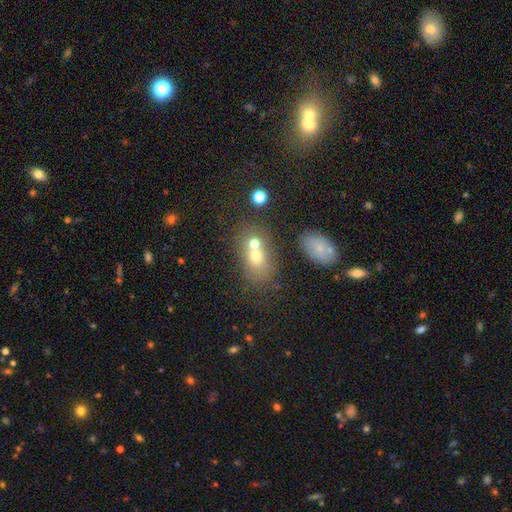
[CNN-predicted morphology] This is likely a smooth galaxy (65%). How rounded: possibly in between (59%). Merging: possibly merger (51%).